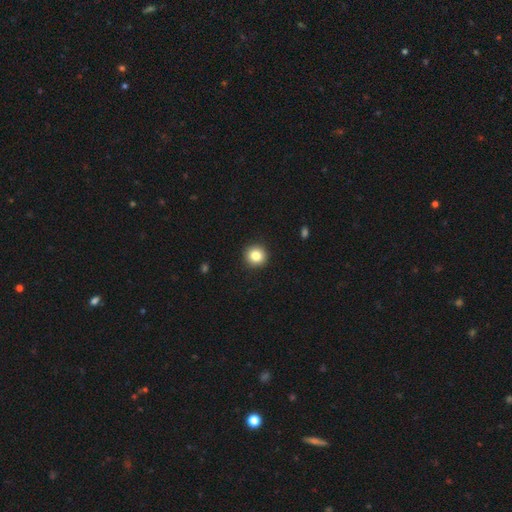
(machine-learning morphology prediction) Overall: smooth (84%). How rounded: round (94%). Merging: none (93%).